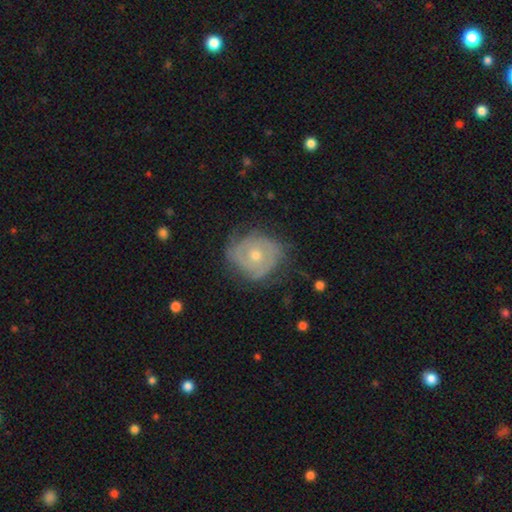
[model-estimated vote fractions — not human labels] A featured or disk galaxy (69%) with no bar (82%), spiral arms (71%) and a moderate central bulge (52%). Merging: none (62%).